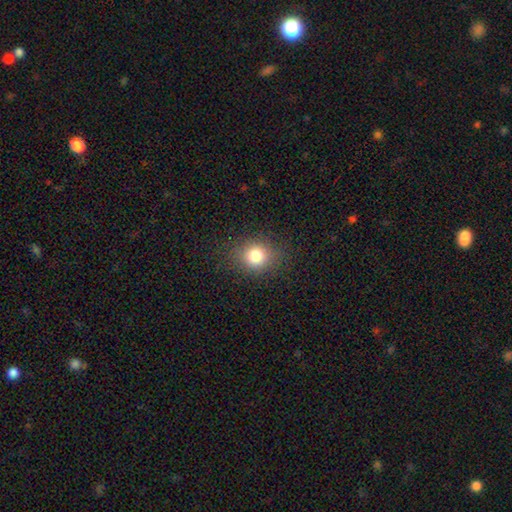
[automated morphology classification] type=smooth (80%); roundness=round (75%); merging=none (86%).